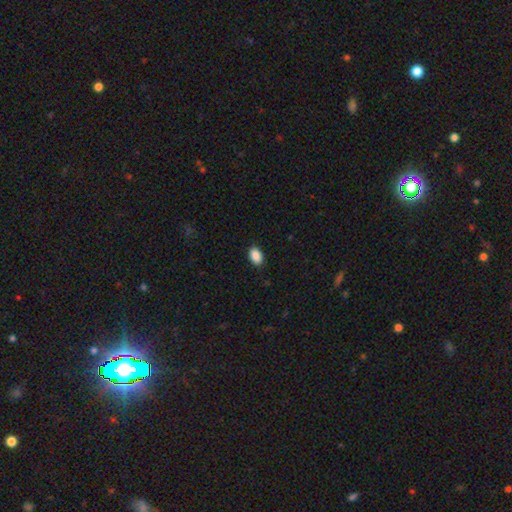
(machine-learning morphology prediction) The model was most divided on "merging": none: 89%, minor disturbance: 8%, major disturbance: 2%, merger: 1%. More confident: how rounded — in between (91%); smooth or featured — smooth (90%).